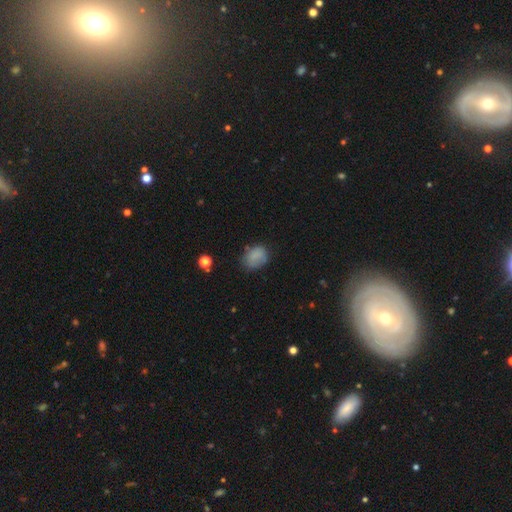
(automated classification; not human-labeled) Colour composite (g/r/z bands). It shows a smooth galaxy with no disk features (78%) that is in between round and cigar-shaped (62%). Merging: none (59%).